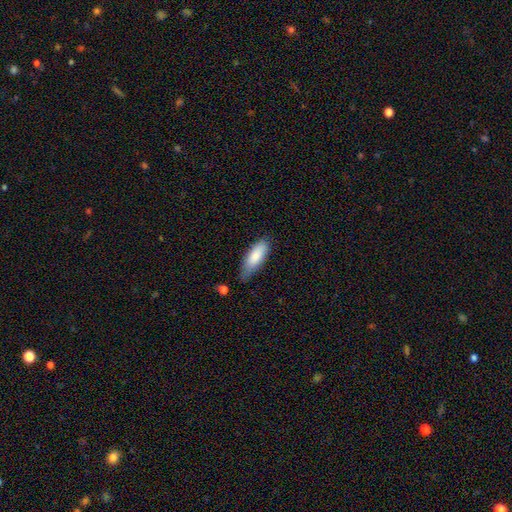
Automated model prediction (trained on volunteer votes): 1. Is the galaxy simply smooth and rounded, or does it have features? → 84% smooth, 10% featured or disk, 6% star or artifact.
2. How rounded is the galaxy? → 69% in between, 29% cigar-shaped, 2% round.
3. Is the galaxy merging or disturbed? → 60% none, 31% minor disturbance, 6% major disturbance, 3% merger.